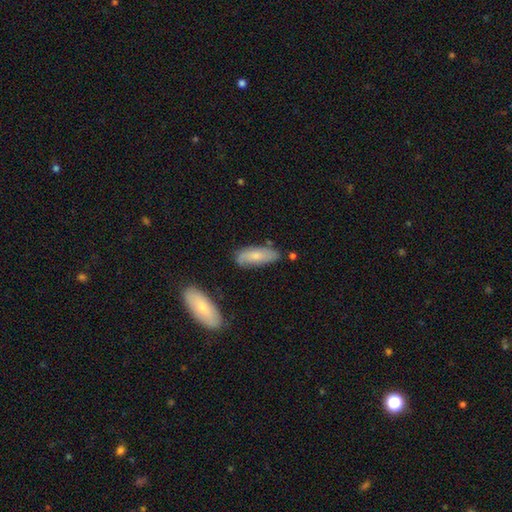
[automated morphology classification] smooth 67%, featured or disk 26%, star or artifact 6%. Down the decision tree: how rounded — in between (67%); merging — none (67%).